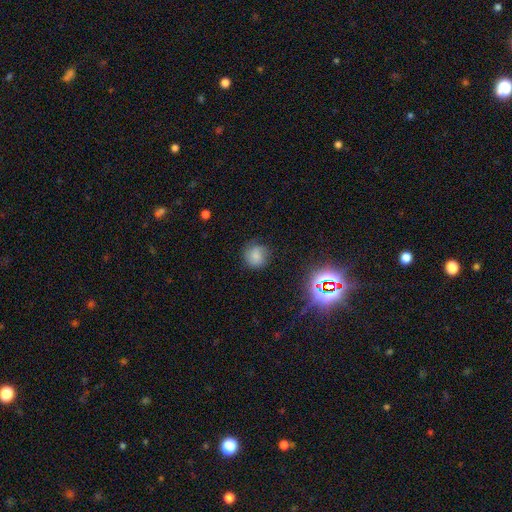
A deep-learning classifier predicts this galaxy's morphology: Overall: smooth (71%). How rounded: round (88%). Merging: none (77%).